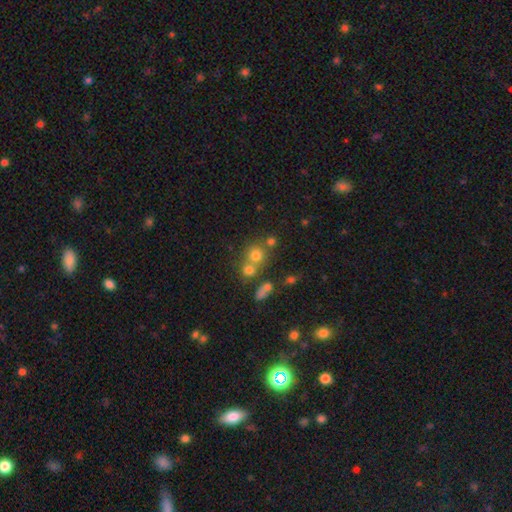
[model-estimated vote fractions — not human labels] The model was most divided on "merging": none: 51%, merger: 37%, minor disturbance: 8%, major disturbance: 4%. More confident: how rounded — round (85%); smooth or featured — smooth (69%).